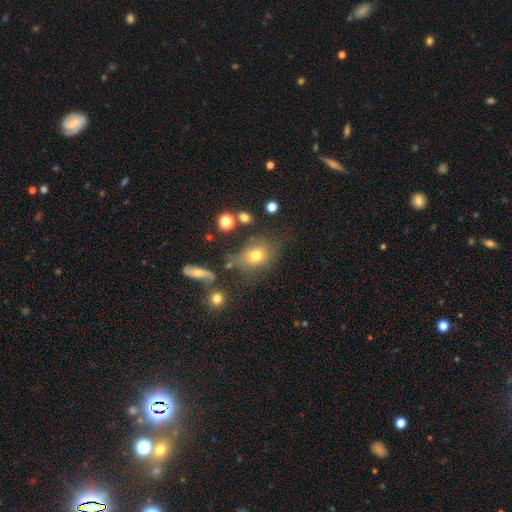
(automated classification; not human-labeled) Smooth or featured?
  - smooth: 71% *
  - featured or disk: 14%
  - star or artifact: 14%
How rounded?
  - in between: 51% *
  - round: 47%
  - cigar-shaped: 2%
Merging?
  - none: 57% *
  - minor disturbance: 20%
  - major disturbance: 12%
  - merger: 11%